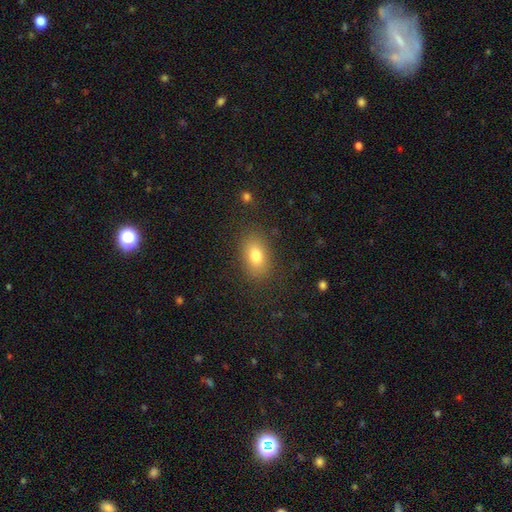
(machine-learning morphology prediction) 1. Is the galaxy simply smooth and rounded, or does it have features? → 79% smooth, 11% featured or disk, 10% star or artifact.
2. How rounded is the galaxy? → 84% in between, 14% round, 2% cigar-shaped.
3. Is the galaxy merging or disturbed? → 84% none, 11% minor disturbance, 4% major disturbance, 1% merger.